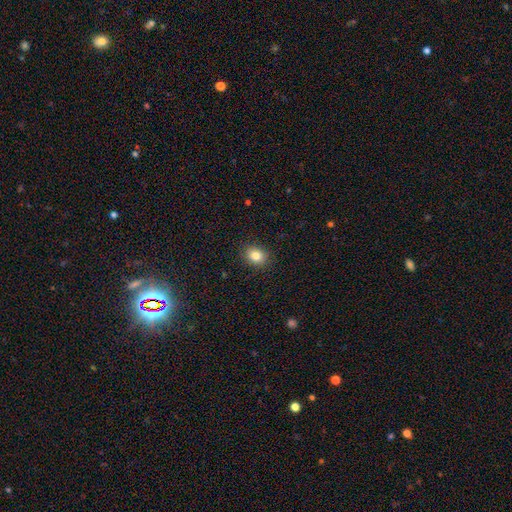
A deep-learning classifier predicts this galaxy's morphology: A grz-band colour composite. It shows a smooth galaxy with no disk features (83%) that is in between round and cigar-shaped (53%). Merging: none (88%).